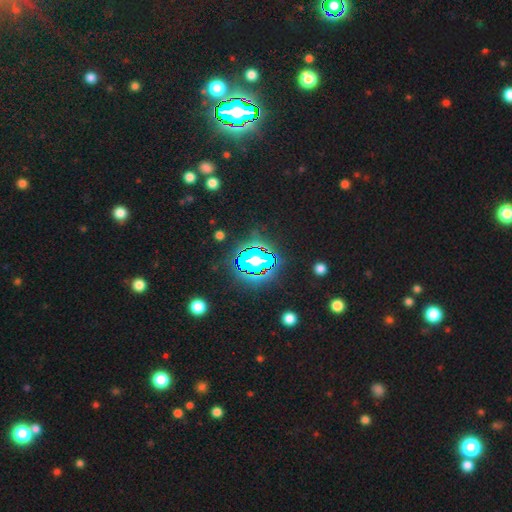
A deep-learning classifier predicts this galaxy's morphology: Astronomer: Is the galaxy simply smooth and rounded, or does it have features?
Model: star or artifact — 81%.